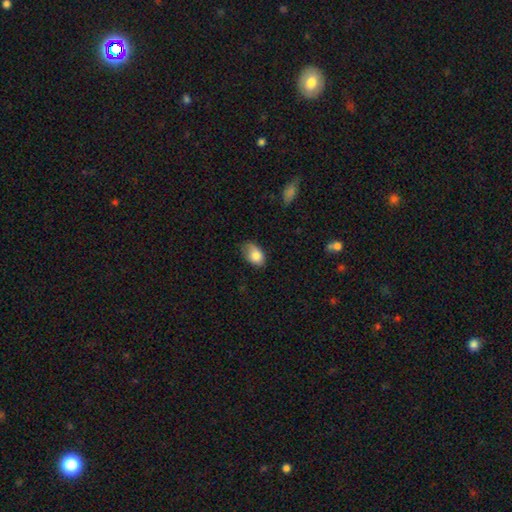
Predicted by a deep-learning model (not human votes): smooth 83%, featured or disk 9%, star or artifact 8%. Down the decision tree: how rounded — in between (88%); merging — none (54%).